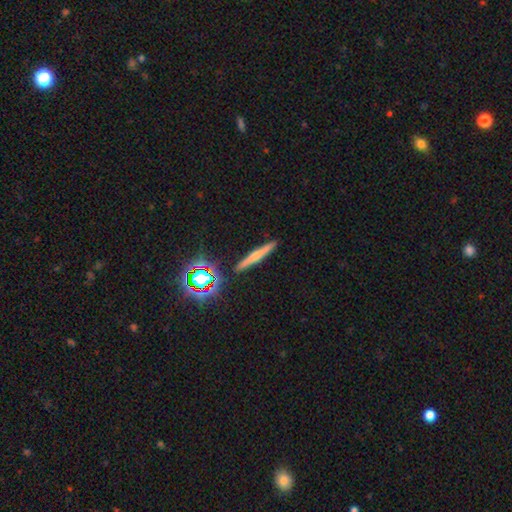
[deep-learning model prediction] smooth 45%, featured or disk 41%, star or artifact 14%. Down the decision tree: merging — none (90%).